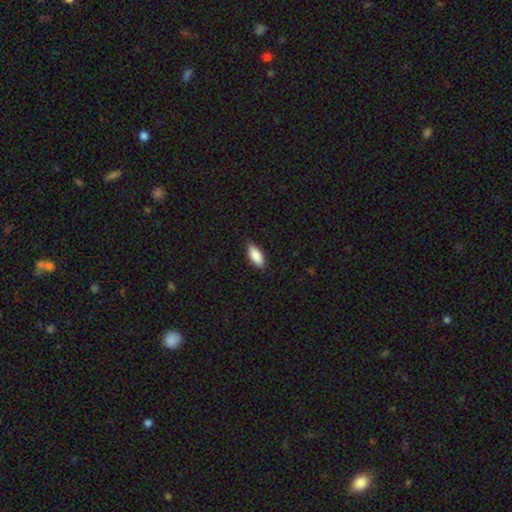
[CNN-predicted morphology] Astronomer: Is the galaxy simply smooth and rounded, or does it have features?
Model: smooth — 86%.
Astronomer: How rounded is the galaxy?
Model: in between — 80%.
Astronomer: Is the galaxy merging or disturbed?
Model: none — 86%.